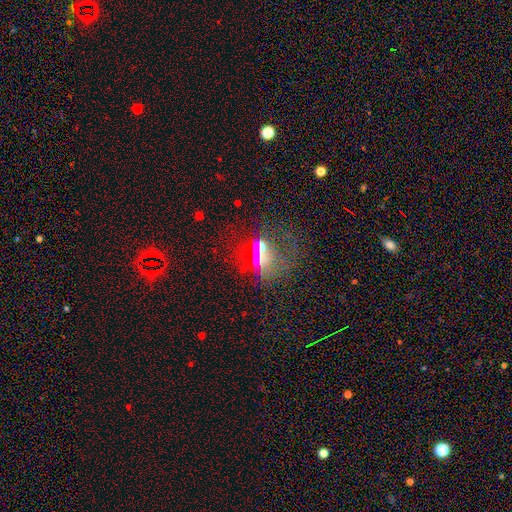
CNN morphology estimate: type=star or artifact (53%).